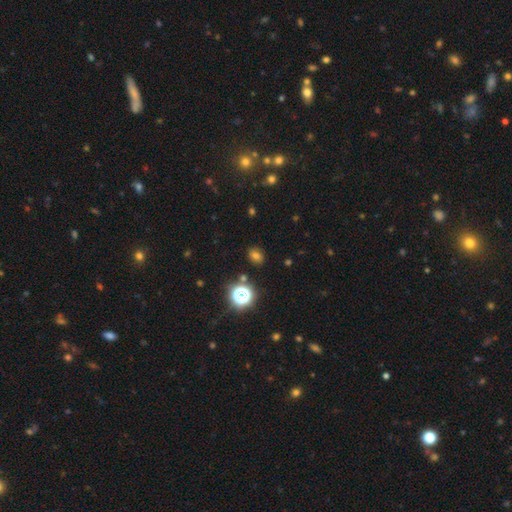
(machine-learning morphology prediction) A smooth galaxy with no disk features (69%) that is in between round and cigar-shaped (56%). Merging: none (84%).